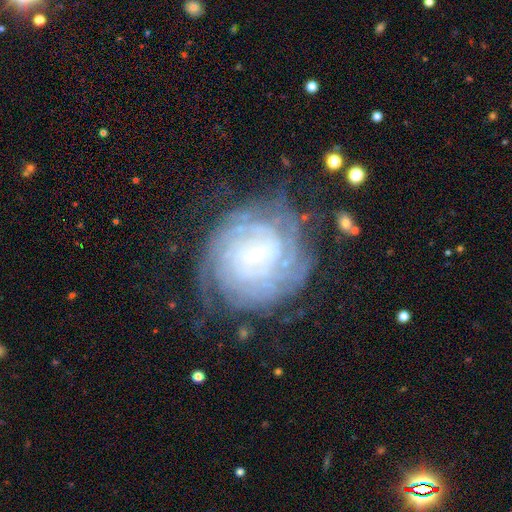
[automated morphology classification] Smooth or featured: featured or disk — 81% (smooth — 11%)
Edge-on disk: no — 97% (yes — 3%)
Bar: no — 44% (weak — 42%)
Spiral arms: yes — 94% (no — 6%)
Spiral winding: tight — 82% (medium — 14%)
Spiral arm count: can't tell — 44% (4 — 16%)
Bulge size: small — 83% (moderate — 9%)
Merging: none — 69% (minor disturbance — 19%)